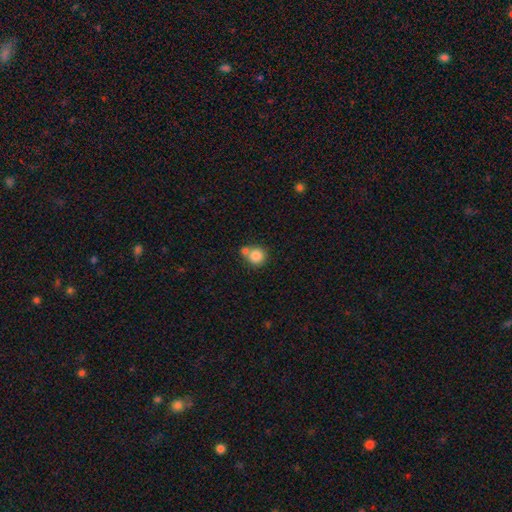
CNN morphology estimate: A smooth galaxy with no disk features (83%) that is round (92%).

Vote fractions:
- Smooth or featured? smooth: 83% / star or artifact: 9% / featured or disk: 7%
- How rounded? round: 92% / in between: 7% / cigar-shaped: 1%
- Merging? none: 56% / merger: 32% / minor disturbance: 9% / major disturbance: 3%